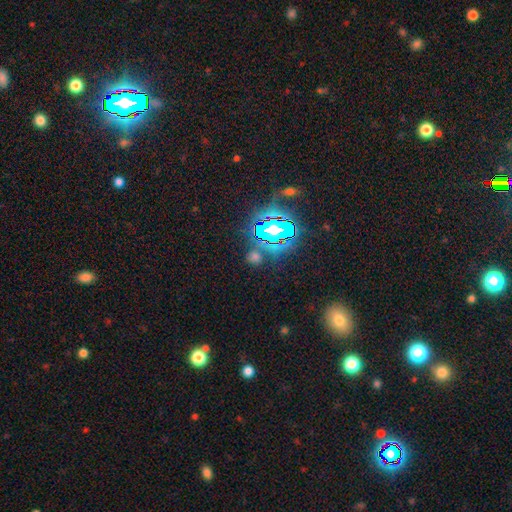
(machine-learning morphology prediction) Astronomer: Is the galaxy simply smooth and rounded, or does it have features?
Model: star or artifact — 48% (runner-up: smooth, 43%).